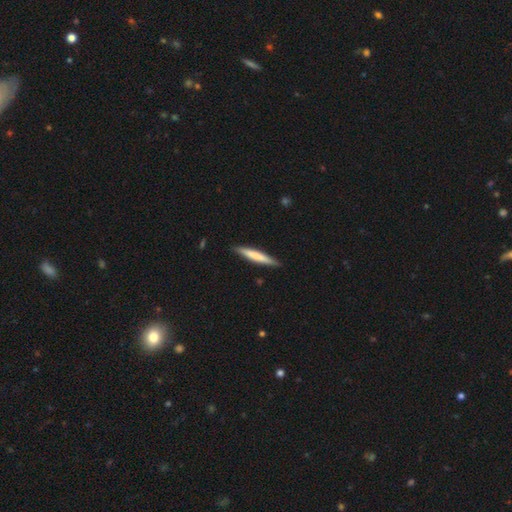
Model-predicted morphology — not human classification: The model was most divided on "smooth or featured": smooth: 68%, featured or disk: 27%, star or artifact: 5%. More confident: how rounded — cigar-shaped (94%); merging — none (89%).